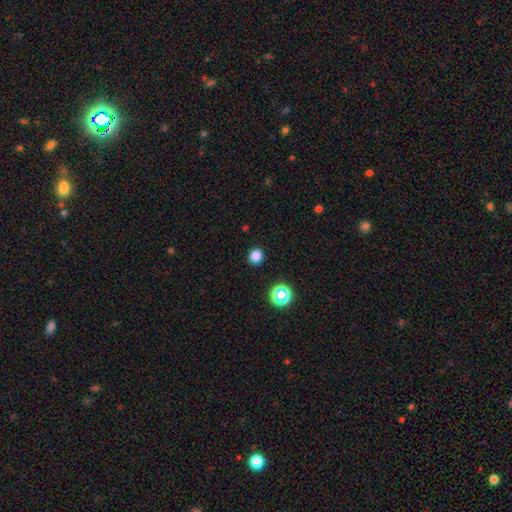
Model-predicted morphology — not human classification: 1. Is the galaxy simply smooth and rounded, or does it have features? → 80% smooth, 16% star or artifact, 4% featured or disk.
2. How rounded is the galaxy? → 87% round, 12% in between, 1% cigar-shaped.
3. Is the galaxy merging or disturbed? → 91% none, 5% minor disturbance, 2% major disturbance, 1% merger.